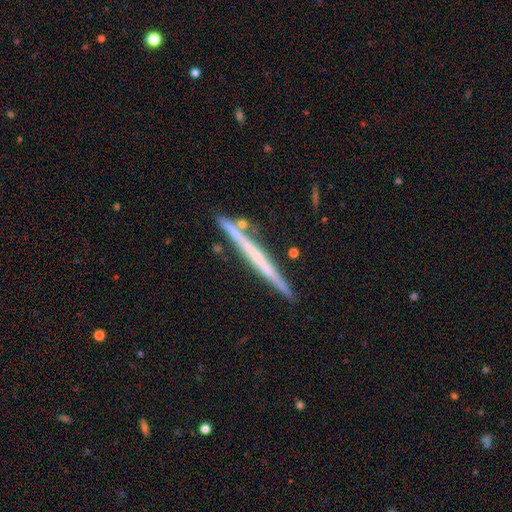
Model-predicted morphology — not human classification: Overall: featured or disk (59%; smooth 35%). Edge-on disk: yes (97%). Edge-on bulge: none (84%). Merging: none (84%).